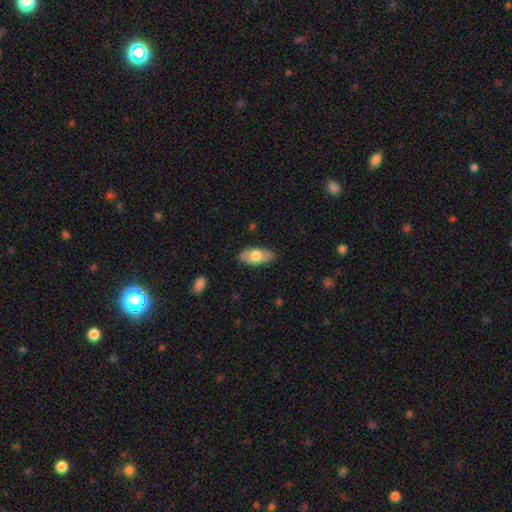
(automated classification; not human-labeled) Smooth or featured? smooth (70%)
How rounded? in between (90%)
Merging? none (83%)